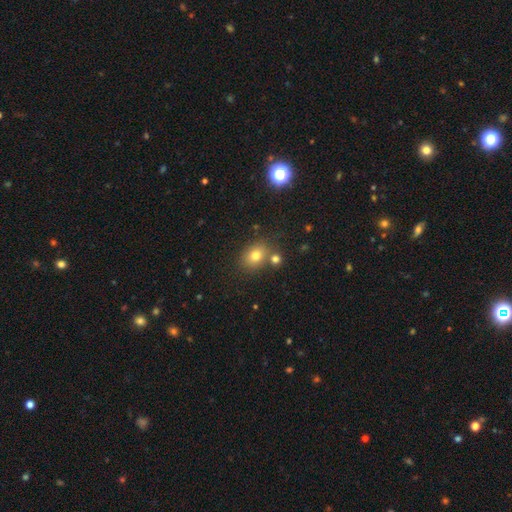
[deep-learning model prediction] This is likely a smooth galaxy (75%). How rounded: possibly round (52%). Merging: likely none (69%).